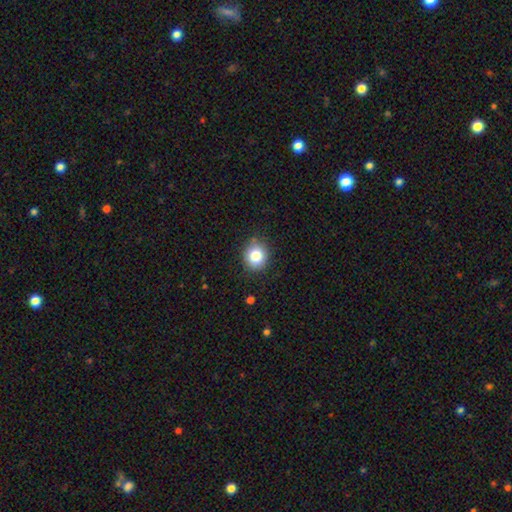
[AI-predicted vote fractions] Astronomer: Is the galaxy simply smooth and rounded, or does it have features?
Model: smooth — 83%.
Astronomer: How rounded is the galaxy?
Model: round — 78%.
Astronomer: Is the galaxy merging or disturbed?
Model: none — 83%.